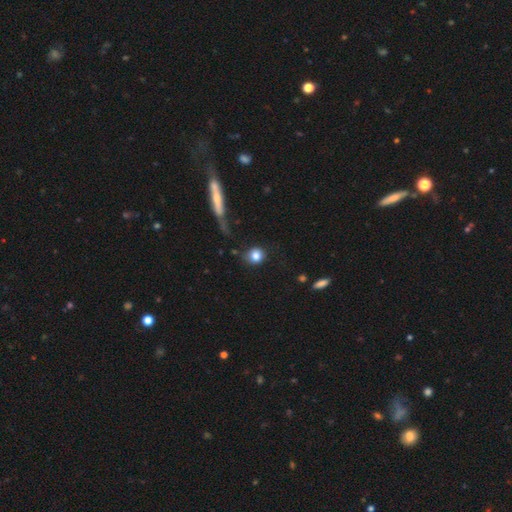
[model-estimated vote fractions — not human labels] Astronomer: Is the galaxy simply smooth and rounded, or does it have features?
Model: smooth — 83%.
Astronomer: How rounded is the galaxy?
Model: round — 85%.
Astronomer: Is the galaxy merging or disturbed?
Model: none — 73%.